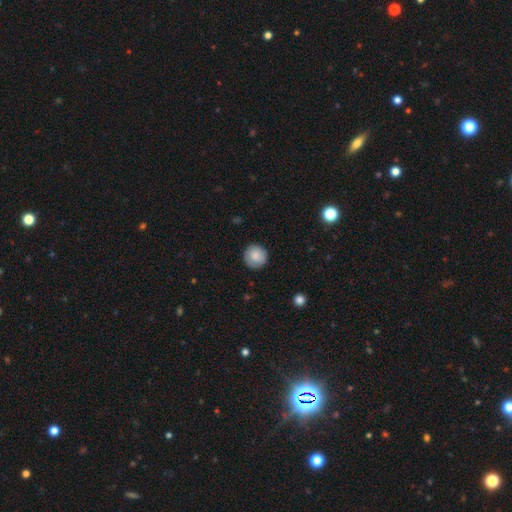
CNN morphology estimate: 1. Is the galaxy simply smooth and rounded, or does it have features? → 85% smooth, 8% featured or disk, 7% star or artifact.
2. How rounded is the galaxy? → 95% round, 4% in between, 1% cigar-shaped.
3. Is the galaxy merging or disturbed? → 89% none, 8% minor disturbance, 2% major disturbance, 1% merger.